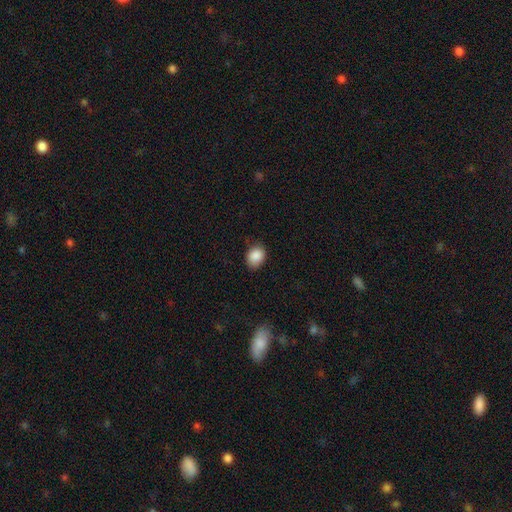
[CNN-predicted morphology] smooth-or-featured: smooth: 89% | star or artifact: 8% | featured or disk: 3%
  how-rounded: in between: 62% | round: 37% | cigar-shaped: 1%
  merging: none: 79% | minor disturbance: 17% | major disturbance: 3% | merger: 1%